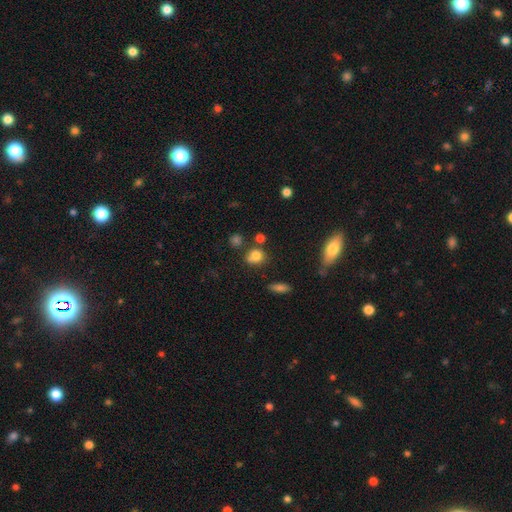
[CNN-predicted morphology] A smooth galaxy with no disk features (78%) that is round (71%). Merging: none (60%).